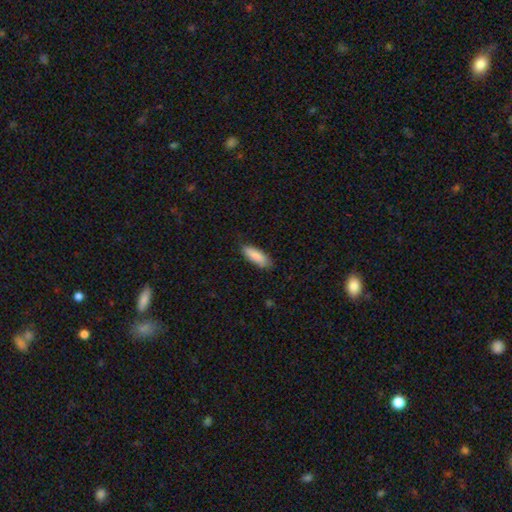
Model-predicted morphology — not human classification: smooth 88%, featured or disk 7%, star or artifact 6%. Down the decision tree: how rounded — in between (65%); merging — none (83%).